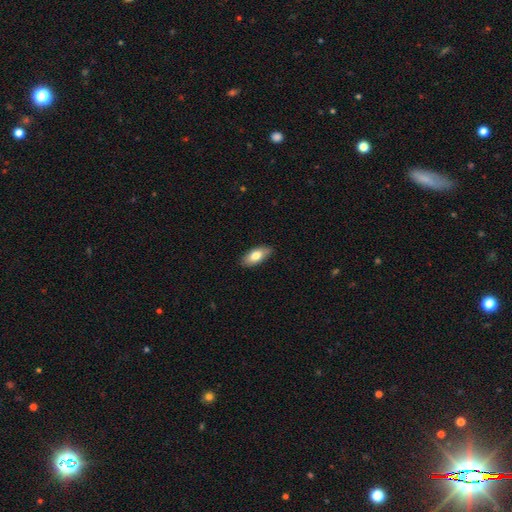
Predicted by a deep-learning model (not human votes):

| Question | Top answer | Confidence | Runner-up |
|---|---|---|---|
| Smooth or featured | smooth | 76% | featured or disk (18%) |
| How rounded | in between | 87% | cigar-shaped (10%) |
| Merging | none | 84% | minor disturbance (13%) |